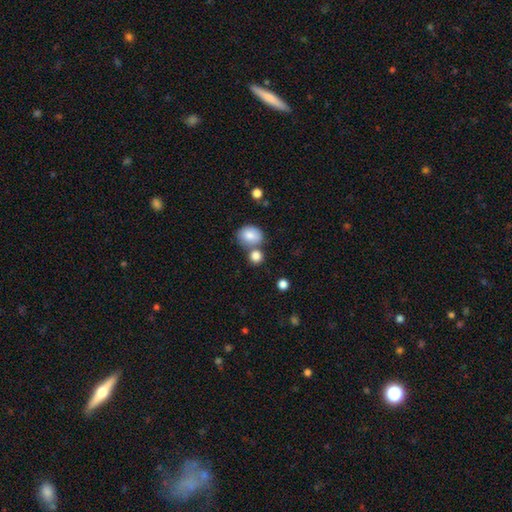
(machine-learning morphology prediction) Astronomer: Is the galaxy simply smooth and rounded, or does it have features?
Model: smooth — 84%.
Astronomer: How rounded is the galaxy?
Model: round — 77%.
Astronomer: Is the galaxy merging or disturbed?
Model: none — 54% (runner-up: merger, 33%).